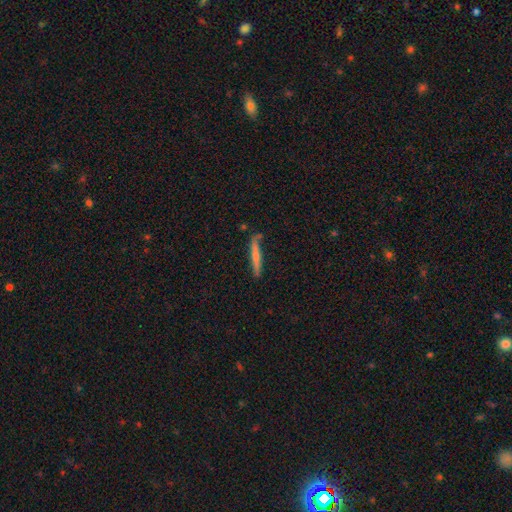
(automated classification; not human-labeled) This appears to be a smooth galaxy with no disk features (56%) that is cigar-shaped (94%). Merging: none (74%).